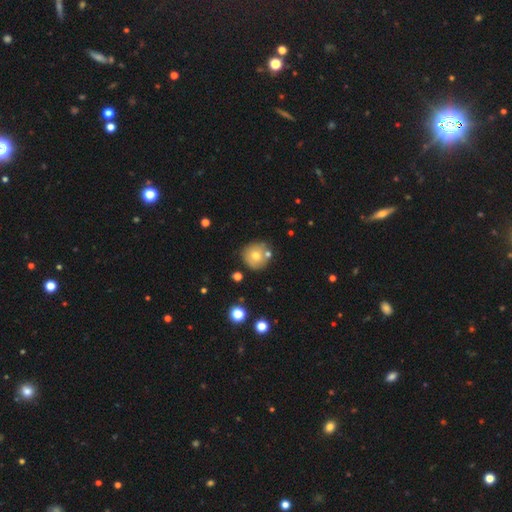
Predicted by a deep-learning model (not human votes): smooth_or_featured: smooth (p=0.70) [alt: featured or disk p=0.18]
how_rounded: round (p=0.93) [alt: in between p=0.06]
merging: none (p=0.72) [alt: merger p=0.13]